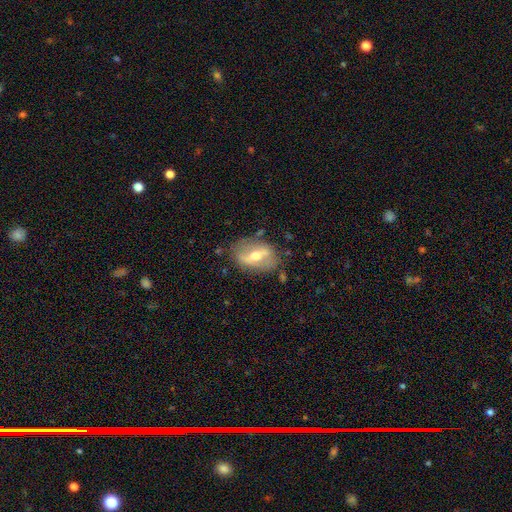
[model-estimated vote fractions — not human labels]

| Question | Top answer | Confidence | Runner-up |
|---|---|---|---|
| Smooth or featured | featured or disk | 66% | smooth (27%) |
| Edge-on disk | no | 83% | yes (17%) |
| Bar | strong | 60% | weak (27%) |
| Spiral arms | no | 66% | yes (34%) |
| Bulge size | moderate | 71% | small (19%) |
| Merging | none | 73% | minor disturbance (18%) |